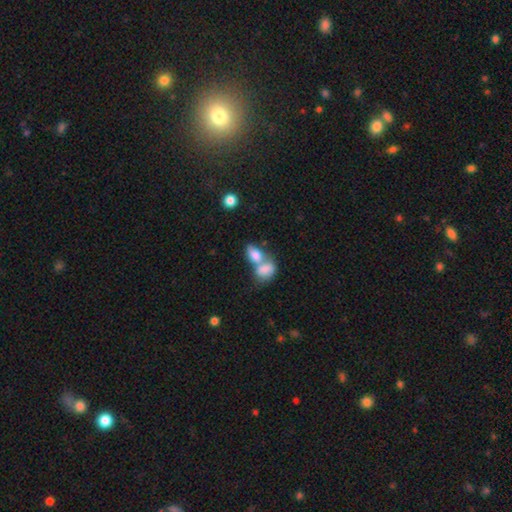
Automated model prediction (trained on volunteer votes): This appears to be a smooth galaxy with no disk features (78%) that is in between round and cigar-shaped (85%). Merging: merger (71%).